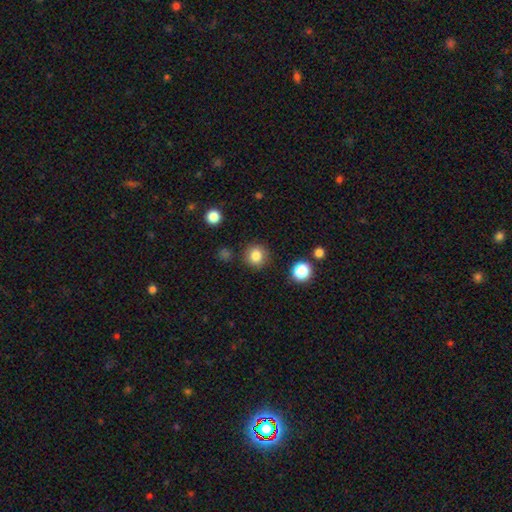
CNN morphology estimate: The model was most divided on "smooth or featured": smooth: 83%, star or artifact: 11%, featured or disk: 6%. More confident: how rounded — round (91%); merging — none (88%).